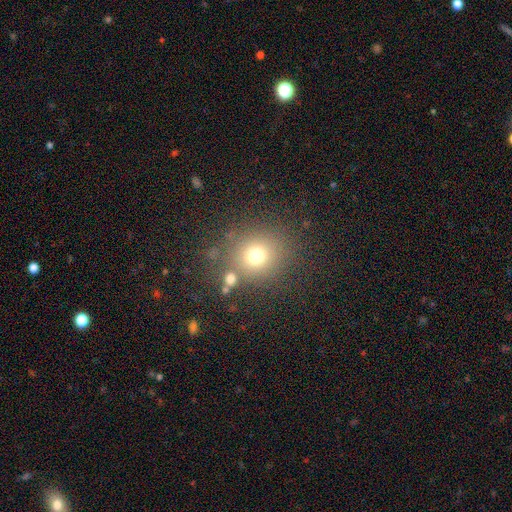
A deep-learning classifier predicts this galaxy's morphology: The model was most divided on "smooth or featured": smooth: 73%, star or artifact: 17%, featured or disk: 10%. More confident: how rounded — round (86%); merging — none (77%).